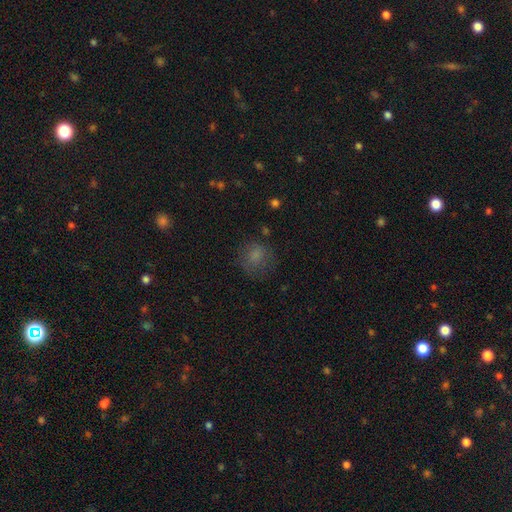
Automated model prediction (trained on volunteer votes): smooth-or-featured: smooth: 76% | star or artifact: 13% | featured or disk: 11%
  how-rounded: round: 80% | in between: 19% | cigar-shaped: 1%
  merging: none: 69% | minor disturbance: 19% | major disturbance: 11% | merger: 2%